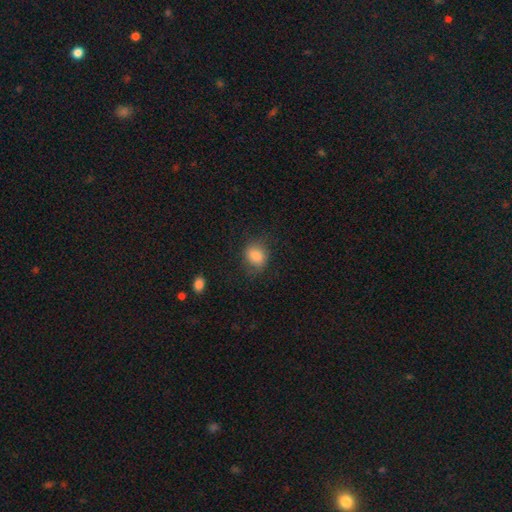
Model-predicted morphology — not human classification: This appears to be a smooth galaxy with no disk features (84%) that is round (50%). Merging: none (73%).